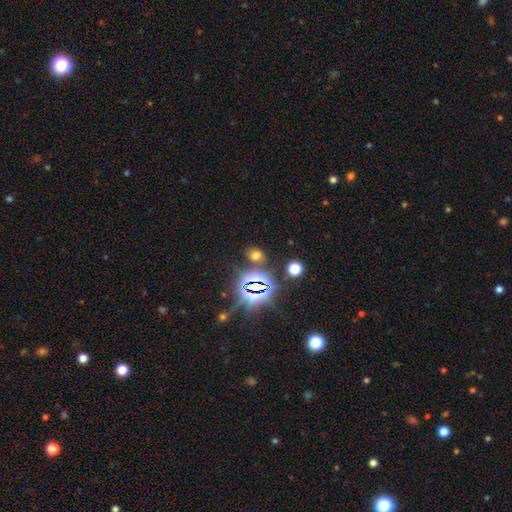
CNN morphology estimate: smooth 54%, star or artifact 39%, featured or disk 7%. Down the decision tree: how rounded — round (49%, tied with in between); merging — none (79%).